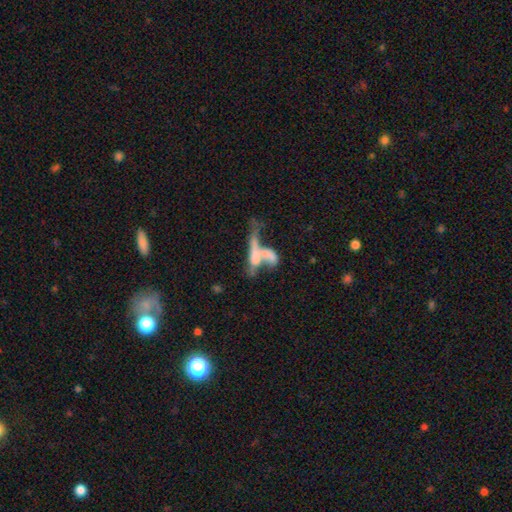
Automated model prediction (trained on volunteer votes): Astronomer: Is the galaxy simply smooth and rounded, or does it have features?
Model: featured or disk — 48% (runner-up: smooth, 39%).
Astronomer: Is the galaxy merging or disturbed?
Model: merger — 63%.